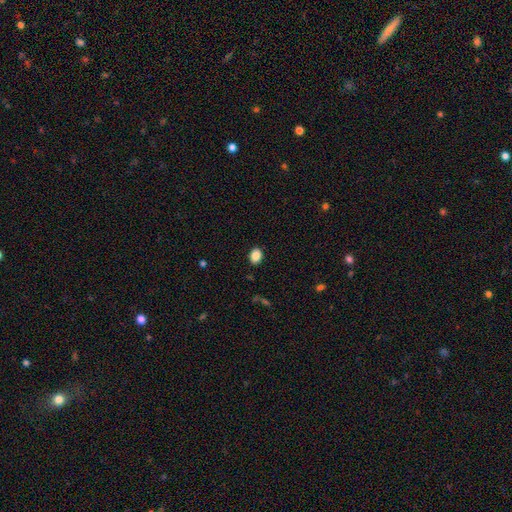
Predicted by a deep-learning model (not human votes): The model was most divided on "how rounded": in between: 66%, round: 33%, cigar-shaped: 1%. More confident: merging — none (89%); smooth or featured — smooth (88%).